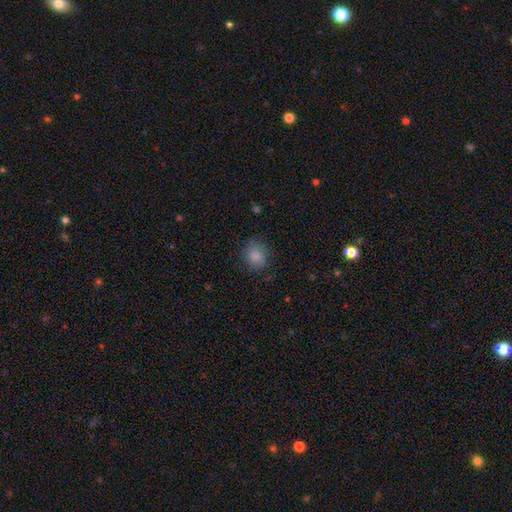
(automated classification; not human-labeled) smooth_or_featured: smooth (p=0.85) [alt: star or artifact p=0.09]
how_rounded: round (p=0.78) [alt: in between p=0.21]
merging: none (p=0.79) [alt: minor disturbance p=0.15]